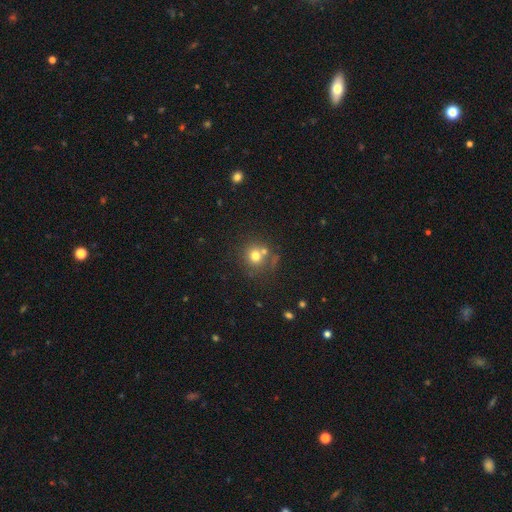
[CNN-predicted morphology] type=smooth (72%); roundness=round (88%); merging=none (60%).